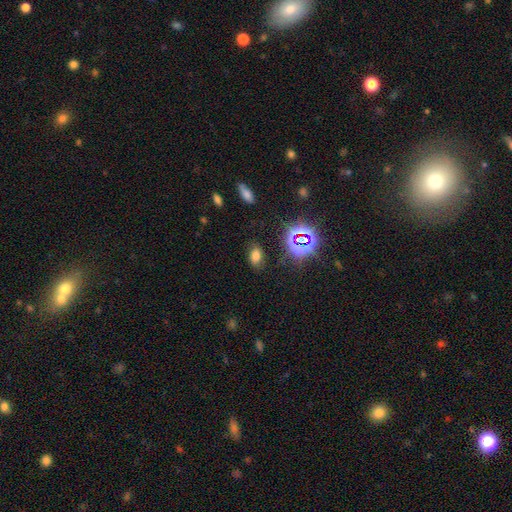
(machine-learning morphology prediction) Smooth or featured? Predicted: smooth (p=0.63). How rounded? Predicted: in between (p=0.87). Merging? Predicted: none (p=0.80).